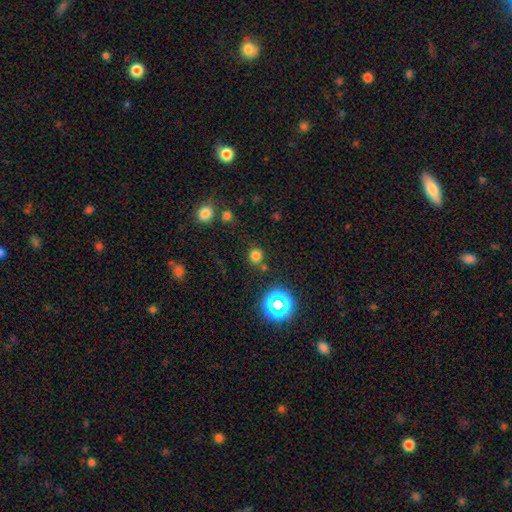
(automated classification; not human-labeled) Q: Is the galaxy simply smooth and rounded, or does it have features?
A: smooth — 71%.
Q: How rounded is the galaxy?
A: round — 88%.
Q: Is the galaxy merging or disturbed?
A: none — 78%.